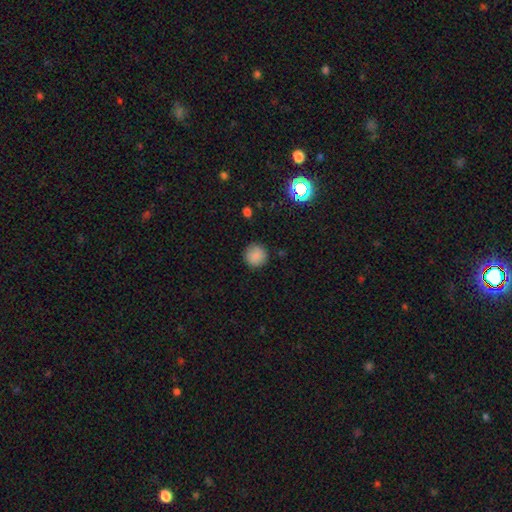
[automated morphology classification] Smooth or featured? Predicted: smooth (p=0.85). How rounded? Predicted: round (p=0.94). Merging? Predicted: none (p=0.88).